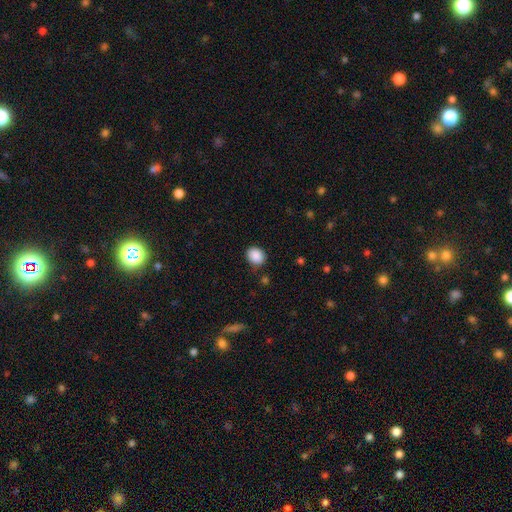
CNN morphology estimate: A smooth galaxy with no disk features (89%) that is round (60%). Merging: none (82%).